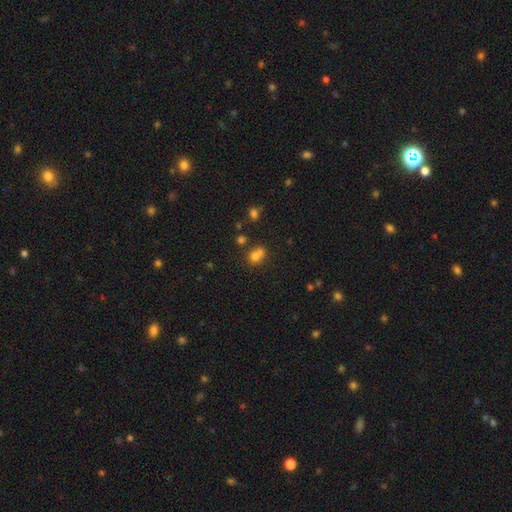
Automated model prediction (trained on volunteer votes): A smooth galaxy with no disk features (72%) that is round (63%). Merging: merger (51%).